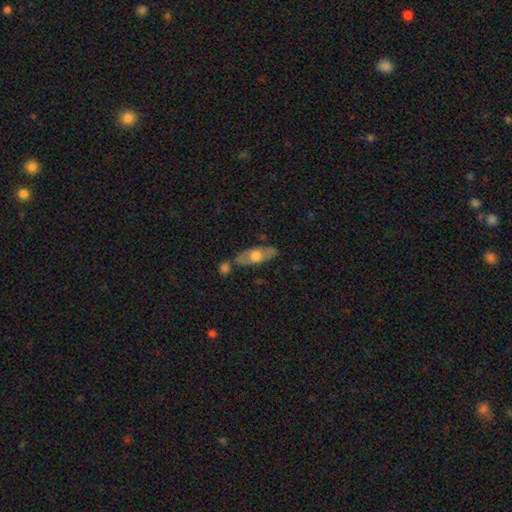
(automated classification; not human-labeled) A featured or disk galaxy (49%). Merging: none (70%).